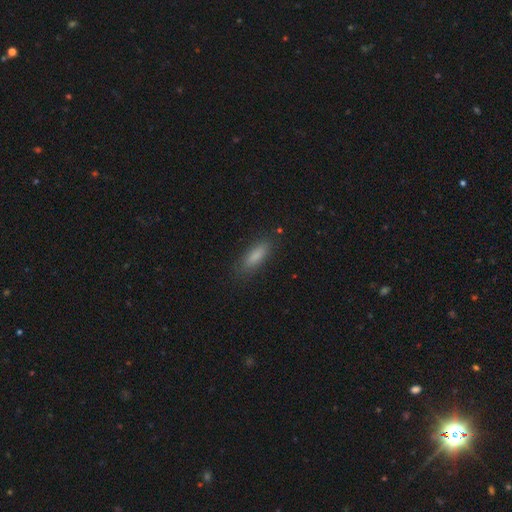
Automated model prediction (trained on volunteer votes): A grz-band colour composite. It shows a smooth galaxy with no disk features (84%) that is in between round and cigar-shaped (51%). Merging: none (84%).